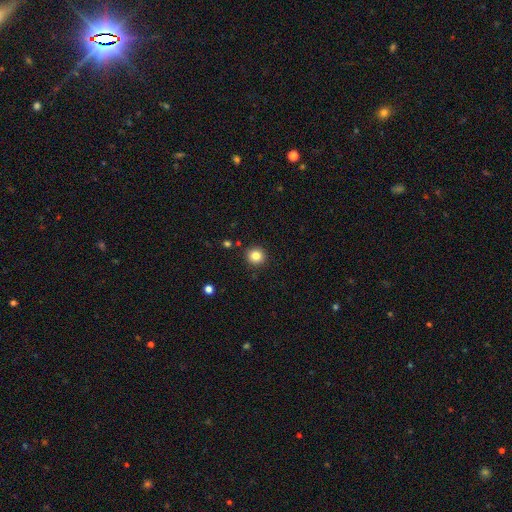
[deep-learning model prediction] Smooth or featured? smooth (83%)
How rounded? round (93%)
Merging? none (90%)